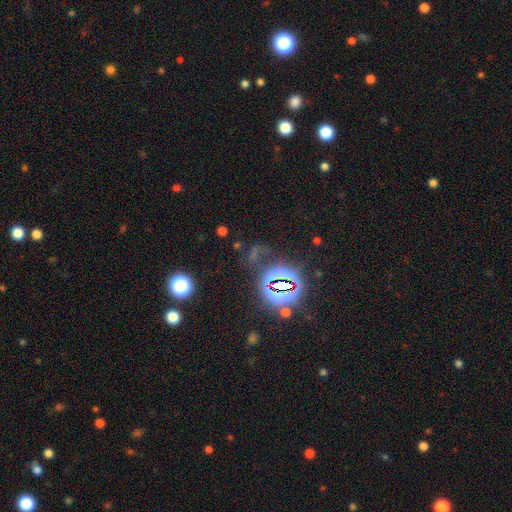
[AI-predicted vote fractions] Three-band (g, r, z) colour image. It shows a star or artifact, not a galaxy (69%).